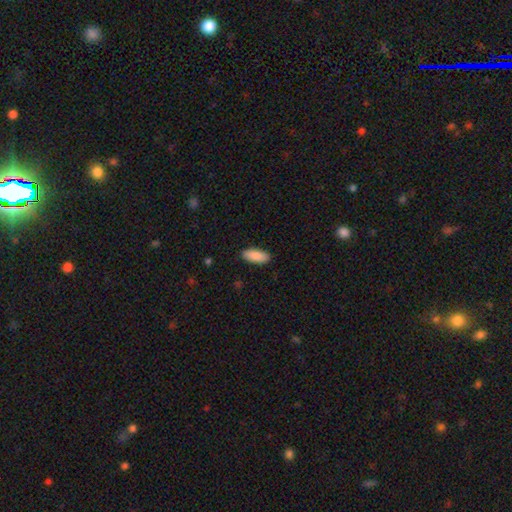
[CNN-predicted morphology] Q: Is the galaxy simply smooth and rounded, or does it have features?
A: smooth — 90%.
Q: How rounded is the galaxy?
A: in between — 80%.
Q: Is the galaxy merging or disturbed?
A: none — 89%.